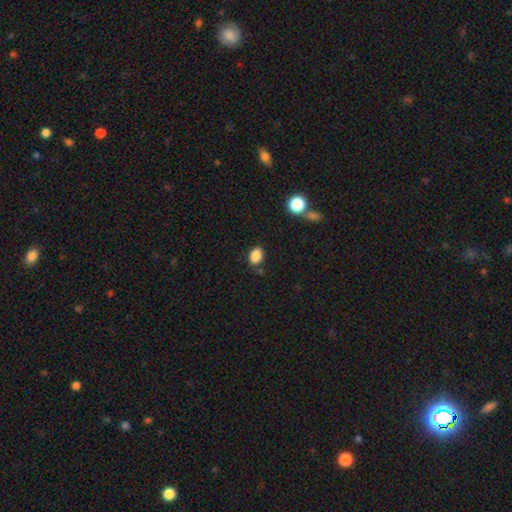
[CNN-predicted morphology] type=smooth (87%); roundness=in between (79%); merging=none (78%).